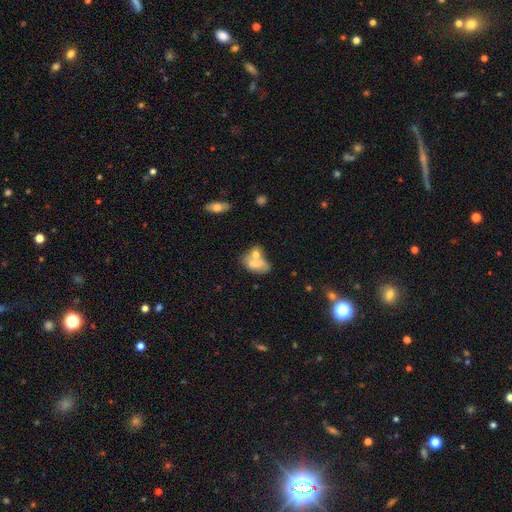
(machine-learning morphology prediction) A smooth galaxy with no disk features (58%) that is in between round and cigar-shaped (80%). Merging: merger (46%).